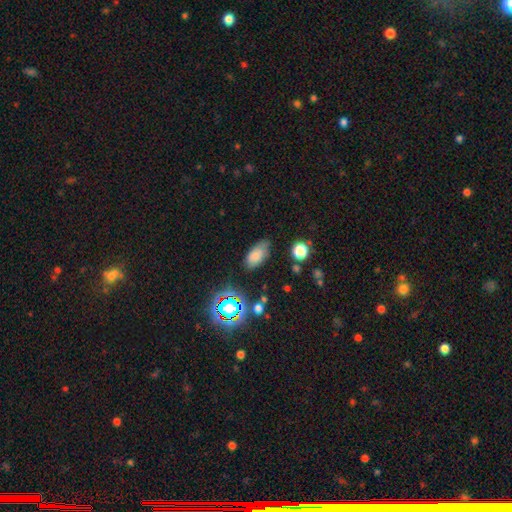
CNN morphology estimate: A smooth galaxy with no disk features (74%) that is in between round and cigar-shaped (90%).

Vote fractions:
- Smooth or featured? smooth: 74% / star or artifact: 14% / featured or disk: 13%
- How rounded? in between: 90% / round: 5% / cigar-shaped: 5%
- Merging? none: 64% / minor disturbance: 26% / major disturbance: 6% / merger: 3%